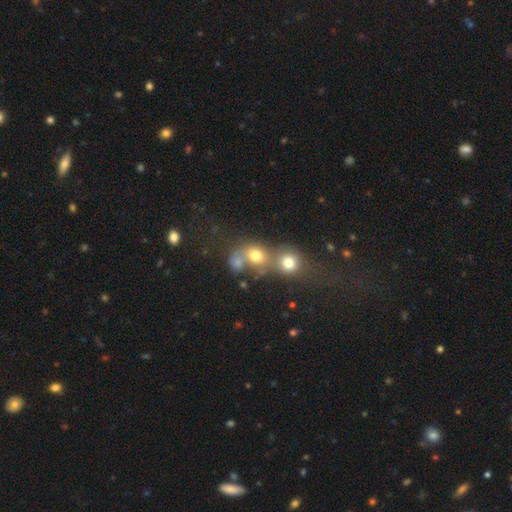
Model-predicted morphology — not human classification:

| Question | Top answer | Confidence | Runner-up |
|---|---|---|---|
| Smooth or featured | smooth | 67% | featured or disk (17%) |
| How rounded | round | 71% | in between (28%) |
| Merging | merger | 58% | none (28%) |